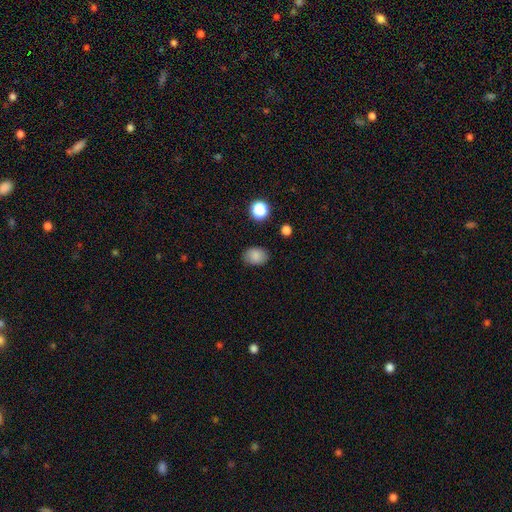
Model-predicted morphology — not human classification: Smooth or featured: smooth — 85% (star or artifact — 10%)
How rounded: in between — 67% (round — 32%)
Merging: none — 83% (minor disturbance — 12%)